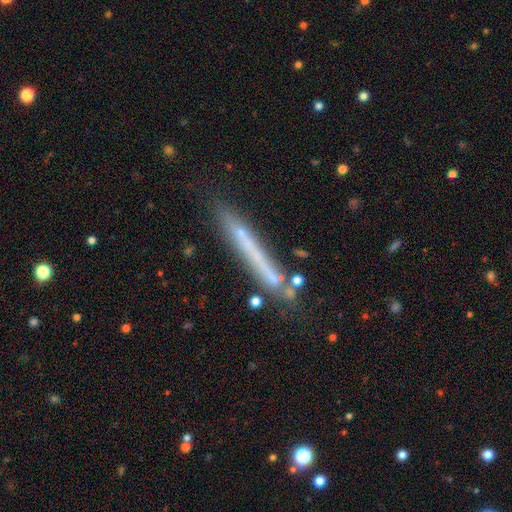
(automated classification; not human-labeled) A featured or disk galaxy (46%).

Vote fractions:
- Smooth or featured? featured or disk: 46% / smooth: 44% / star or artifact: 10%
- Merging? none: 74% / minor disturbance: 16% / merger: 5% / major disturbance: 4%